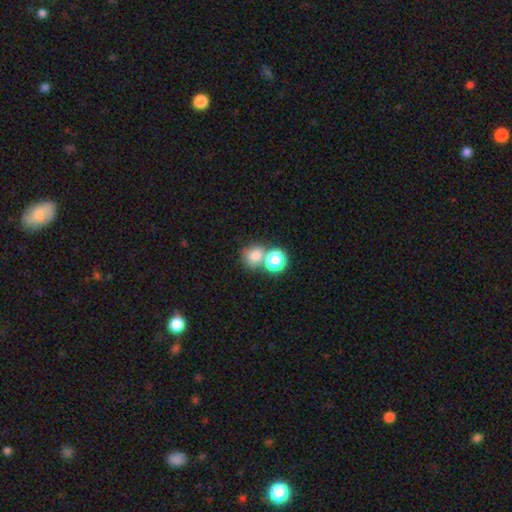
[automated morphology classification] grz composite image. It shows a smooth galaxy with no disk features (76%) that is round (78%). Merging: none (55%).